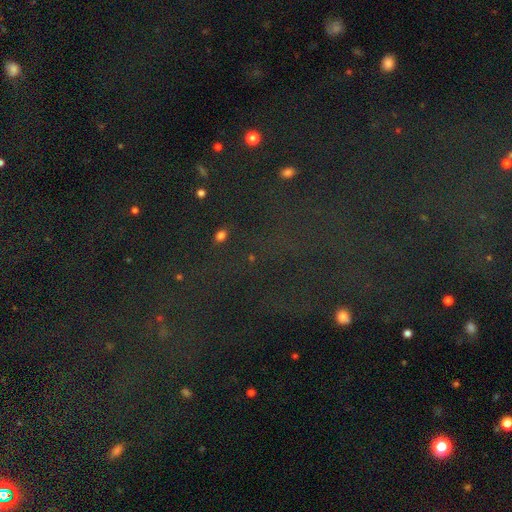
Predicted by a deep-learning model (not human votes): Smooth or featured? Predicted: star or artifact (p=0.77).